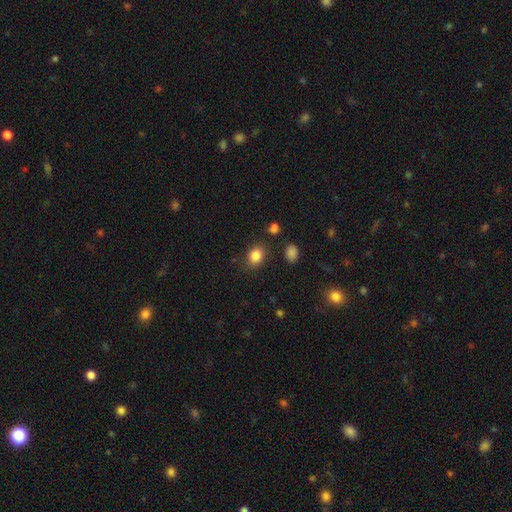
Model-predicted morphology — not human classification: A smooth galaxy with no disk features (84%) that is in between round and cigar-shaped (60%).

Vote fractions:
- Smooth or featured? smooth: 84% / star or artifact: 10% / featured or disk: 6%
- How rounded? in between: 60% / round: 39% / cigar-shaped: 1%
- Merging? none: 82% / minor disturbance: 11% / major disturbance: 4% / merger: 3%